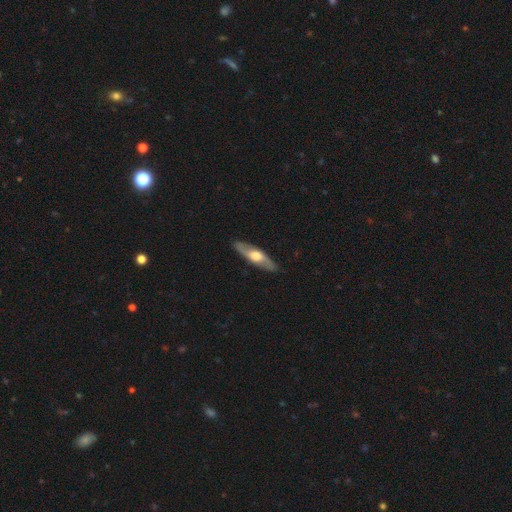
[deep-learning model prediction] Smooth or featured?
  - featured or disk: 61% *
  - smooth: 34%
  - star or artifact: 5%
Edge-on disk?
  - yes: 52% *
  - no: 48%
Merging?
  - none: 89% *
  - minor disturbance: 8%
  - major disturbance: 2%
  - merger: 1%